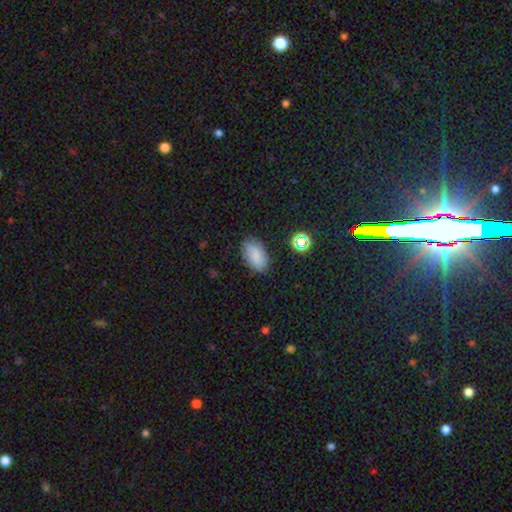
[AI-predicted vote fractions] This is likely a smooth galaxy (79%). How rounded: clearly in between (92%). Merging: likely none (78%).